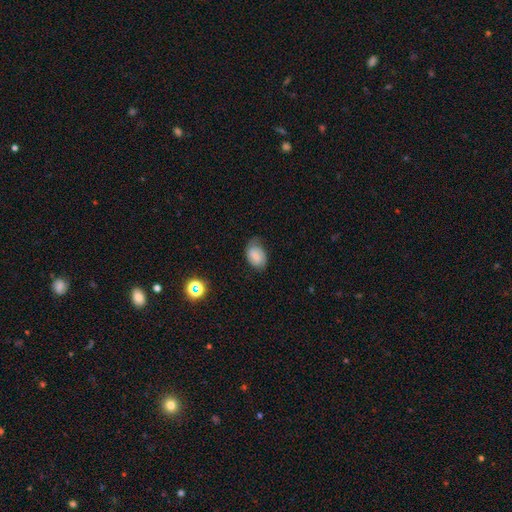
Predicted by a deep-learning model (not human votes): Smooth or featured?
  - smooth: 63% *
  - featured or disk: 28%
  - star or artifact: 10%
How rounded?
  - in between: 82% *
  - round: 17%
  - cigar-shaped: 1%
Merging?
  - none: 61% *
  - minor disturbance: 30%
  - major disturbance: 8%
  - merger: 1%